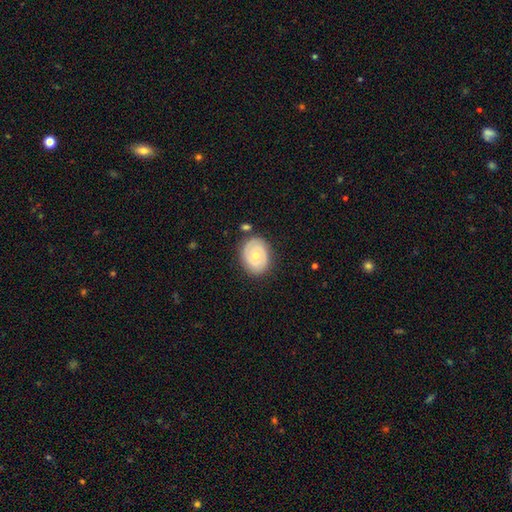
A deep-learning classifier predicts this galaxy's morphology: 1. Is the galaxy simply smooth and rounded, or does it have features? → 60% featured or disk, 34% smooth, 6% star or artifact.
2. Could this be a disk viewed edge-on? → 96% no, 4% yes.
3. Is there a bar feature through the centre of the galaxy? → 80% no, 16% weak, 3% strong.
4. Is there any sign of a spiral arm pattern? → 66% yes, 34% no.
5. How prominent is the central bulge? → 59% moderate, 37% small, 2% large, 1% none, 1% dominant.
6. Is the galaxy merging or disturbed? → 79% none, 14% minor disturbance, 4% major disturbance, 3% merger.